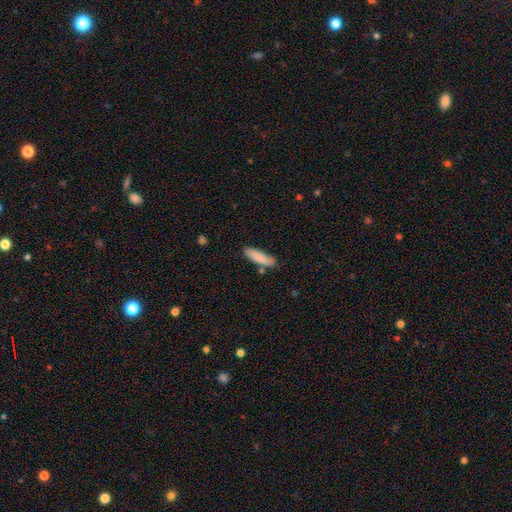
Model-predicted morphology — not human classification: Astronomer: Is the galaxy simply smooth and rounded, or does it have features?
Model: smooth — 84%.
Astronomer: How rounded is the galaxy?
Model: cigar-shaped — 69%.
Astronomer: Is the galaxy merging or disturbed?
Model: none — 79%.